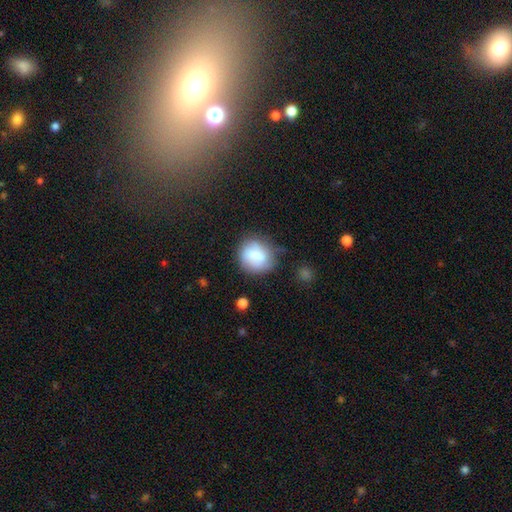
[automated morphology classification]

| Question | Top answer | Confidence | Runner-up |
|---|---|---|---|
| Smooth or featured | smooth | 74% | featured or disk (18%) |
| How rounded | round | 75% | in between (24%) |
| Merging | none | 55% | minor disturbance (28%) |